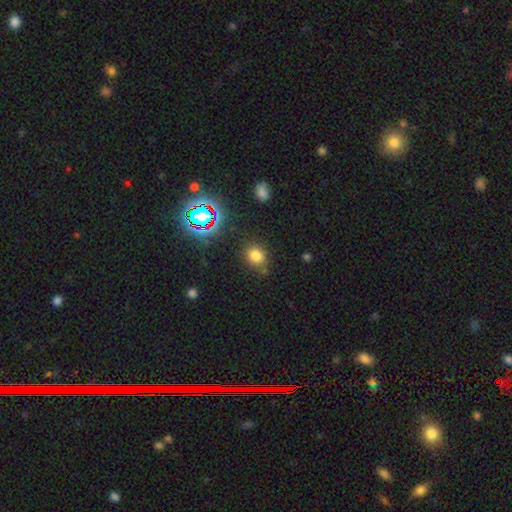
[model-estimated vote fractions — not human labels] Smooth or featured?
  - smooth: 74% *
  - star or artifact: 19%
  - featured or disk: 7%
How rounded?
  - round: 69% *
  - in between: 30%
  - cigar-shaped: 1%
Merging?
  - none: 78% *
  - minor disturbance: 13%
  - merger: 4%
  - major disturbance: 4%